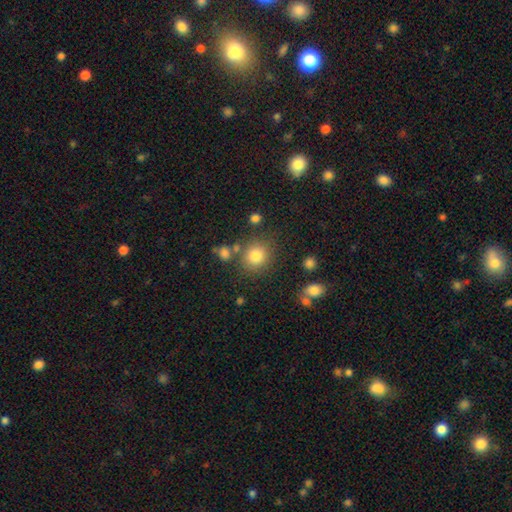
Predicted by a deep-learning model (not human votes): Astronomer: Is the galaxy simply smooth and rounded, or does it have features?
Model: smooth — 80%.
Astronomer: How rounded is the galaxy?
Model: round — 85%.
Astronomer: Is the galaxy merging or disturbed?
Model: none — 77%.